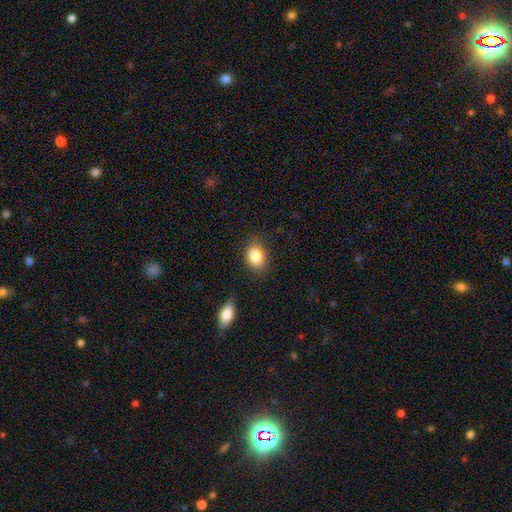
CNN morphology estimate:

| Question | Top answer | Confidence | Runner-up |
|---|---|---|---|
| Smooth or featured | smooth | 84% | star or artifact (9%) |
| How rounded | in between | 62% | round (37%) |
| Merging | none | 80% | minor disturbance (14%) |